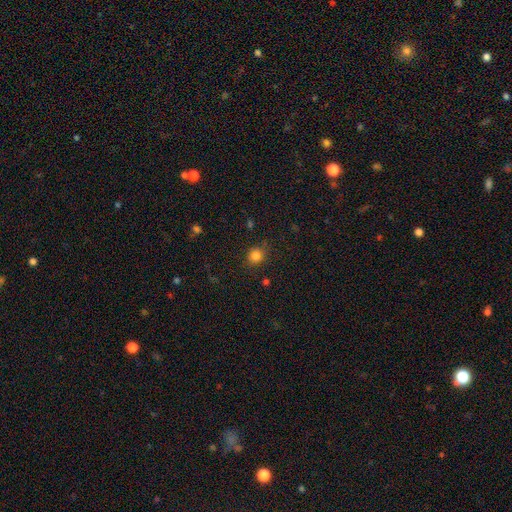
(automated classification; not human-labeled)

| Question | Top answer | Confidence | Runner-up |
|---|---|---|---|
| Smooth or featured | smooth | 83% | star or artifact (13%) |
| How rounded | round | 83% | in between (16%) |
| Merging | none | 84% | minor disturbance (11%) |